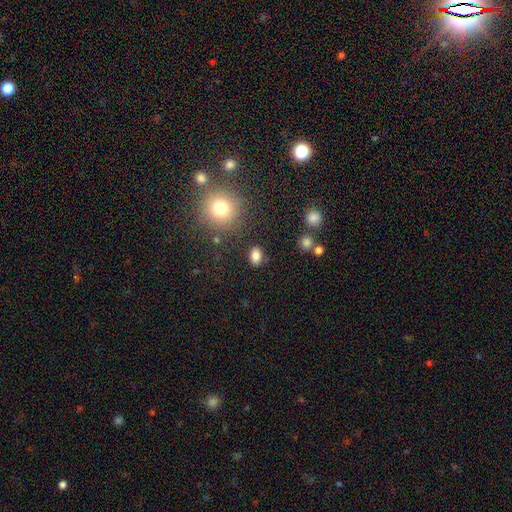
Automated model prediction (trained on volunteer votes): Smooth or featured: smooth — 83% (star or artifact — 11%)
How rounded: in between — 75% (round — 24%)
Merging: none — 86% (minor disturbance — 9%)